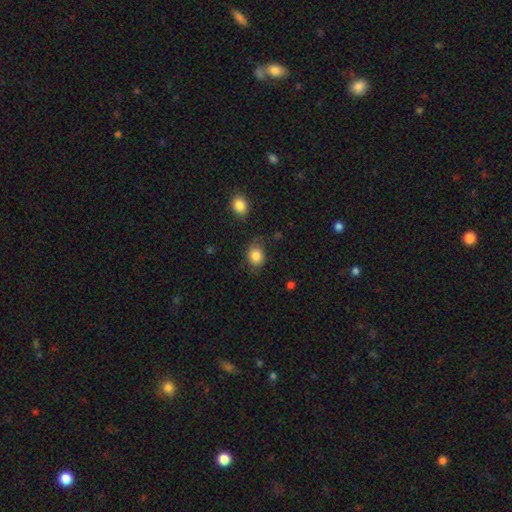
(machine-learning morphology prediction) The model was most divided on "how rounded": in between: 51%, round: 48%, cigar-shaped: 1%. More confident: smooth or featured — smooth (83%); merging — none (66%).